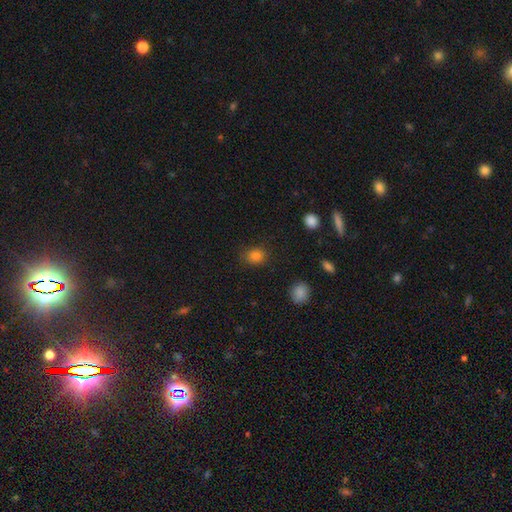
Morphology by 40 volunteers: smooth 85%, featured or disk 8%, star or artifact 8%. Down the decision tree: how rounded — round (74%); merging — none (84%).